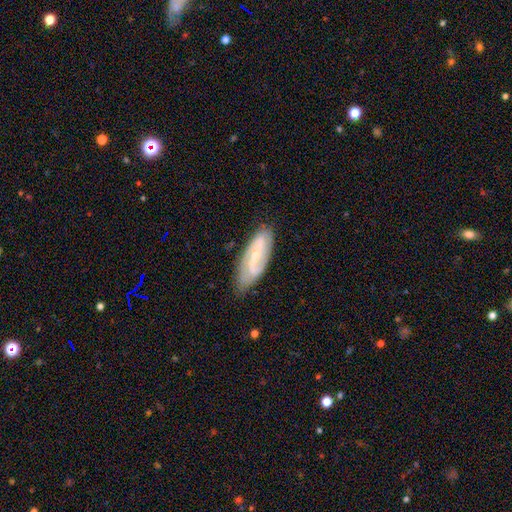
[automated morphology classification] smooth-or-featured: featured or disk: 76% | smooth: 18% | star or artifact: 6%
  disk-edge-on: no: 90% | yes: 10%
    bar: weak: 42% | strong: 36% | no: 21%
    has-spiral-arms: yes: 91% | no: 9%
      spiral-winding: medium: 42% | tight: 33% | loose: 25%
      spiral-arm-count: 2: 78% | can't tell: 13% | 1: 3% | 3: 3% | 4: 1% | more than 4: 1%
    bulge-size: small: 68% | moderate: 21% | none: 9% | large: 1% | dominant: 1%
  merging: none: 77% | minor disturbance: 17% | major disturbance: 4% | merger: 2%